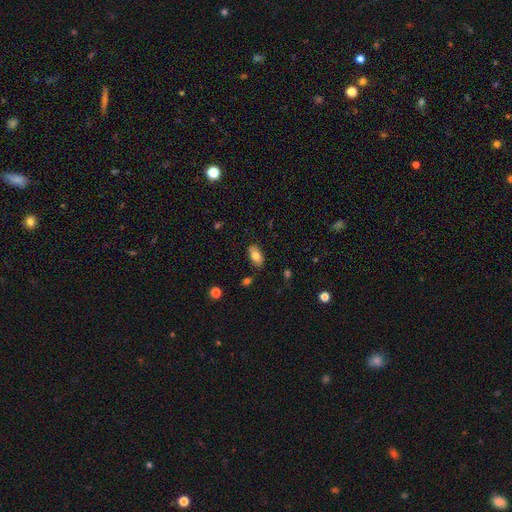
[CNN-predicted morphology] smooth_or_featured: smooth (p=0.78) [alt: featured or disk p=0.14]
how_rounded: in between (p=0.91) [alt: cigar-shaped p=0.04]
merging: none (p=0.81) [alt: minor disturbance p=0.14]